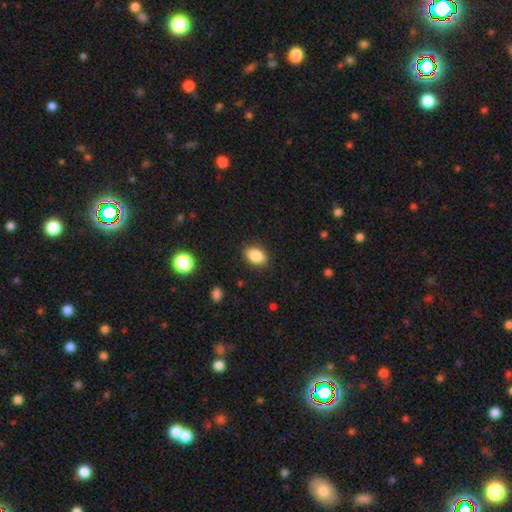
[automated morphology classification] Smooth or featured? smooth (86%)
How rounded? in between (85%)
Merging? none (87%)